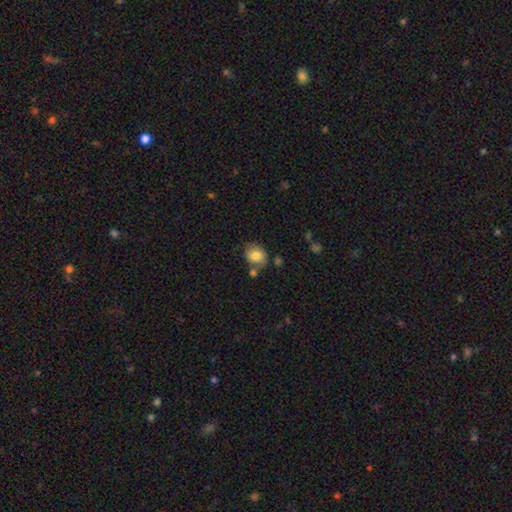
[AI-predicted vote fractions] Smooth or featured?
  - smooth: 80% *
  - featured or disk: 11%
  - star or artifact: 9%
How rounded?
  - round: 57% *
  - in between: 42%
  - cigar-shaped: 1%
Merging?
  - none: 63% *
  - minor disturbance: 18%
  - merger: 14%
  - major disturbance: 5%